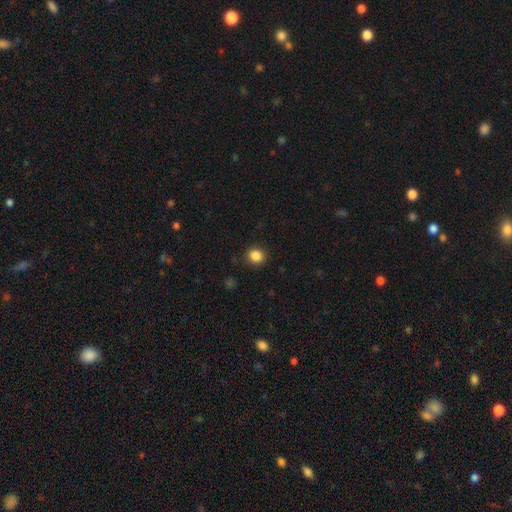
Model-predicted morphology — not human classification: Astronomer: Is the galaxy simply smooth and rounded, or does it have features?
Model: smooth — 86%.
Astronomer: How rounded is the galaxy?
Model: round — 81%.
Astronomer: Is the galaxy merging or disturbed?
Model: none — 89%.